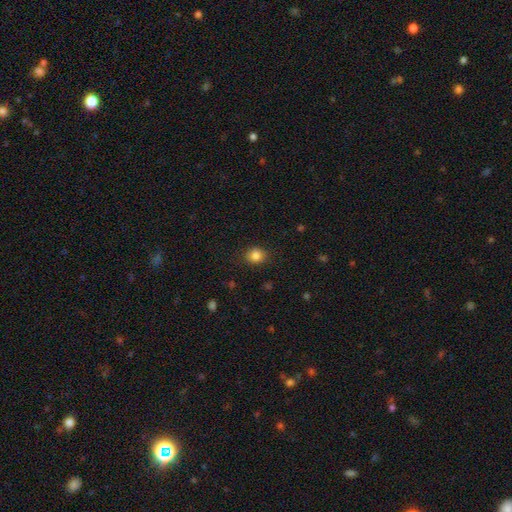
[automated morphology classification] A smooth galaxy with no disk features (84%) that is round (72%).

Vote fractions:
- Smooth or featured? smooth: 84% / star or artifact: 11% / featured or disk: 5%
- How rounded? round: 72% / in between: 27% / cigar-shaped: 1%
- Merging? none: 86% / minor disturbance: 10% / major disturbance: 3% / merger: 1%